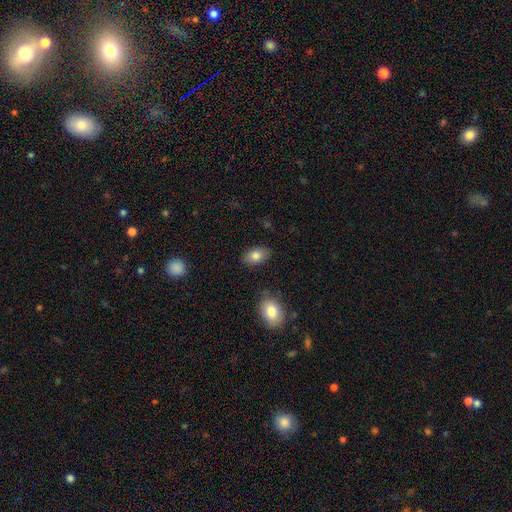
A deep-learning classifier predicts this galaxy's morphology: Smooth or featured? smooth (82%)
How rounded? in between (91%)
Merging? none (84%)